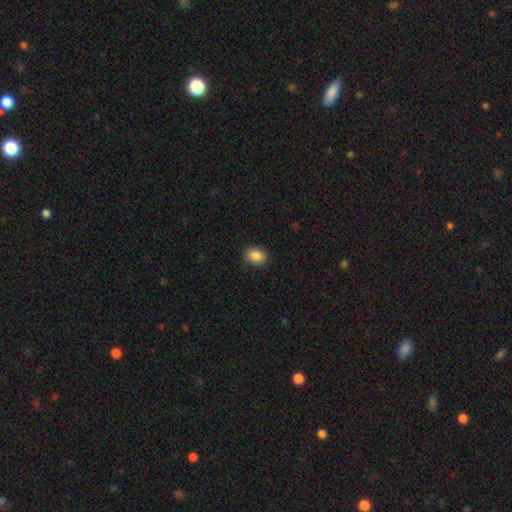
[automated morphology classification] Smooth or featured? smooth (87%)
How rounded? in between (62%)
Merging? none (89%)